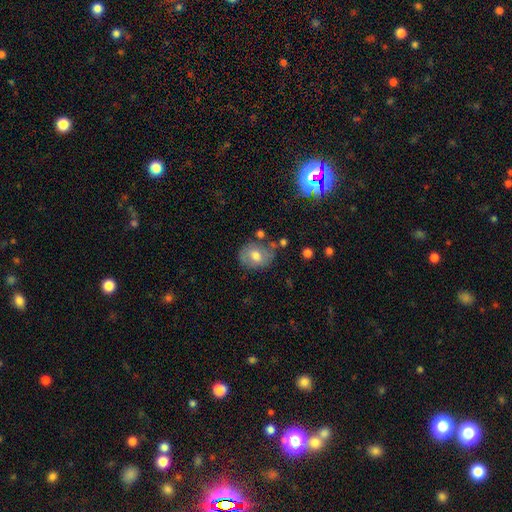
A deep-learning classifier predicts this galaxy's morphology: A smooth galaxy with no disk features (63%) that is round (51%). Merging: none (62%).